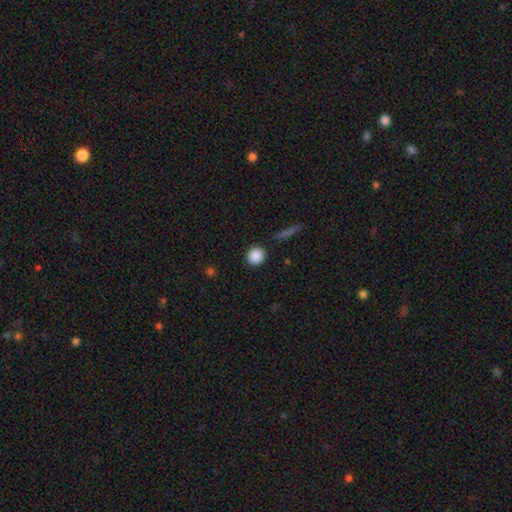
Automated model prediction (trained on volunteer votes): This is clearly a smooth galaxy (88%). How rounded: clearly round (92%). Merging: clearly none (90%).